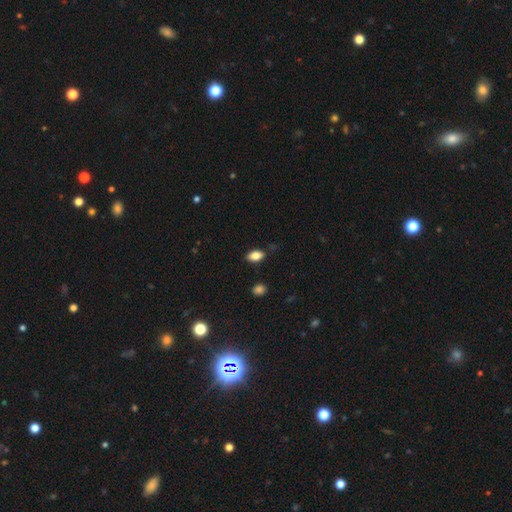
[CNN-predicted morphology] smooth_or_featured: smooth (p=0.83) [alt: featured or disk p=0.09]
how_rounded: in between (p=0.89) [alt: round p=0.07]
merging: none (p=0.84) [alt: minor disturbance p=0.12]